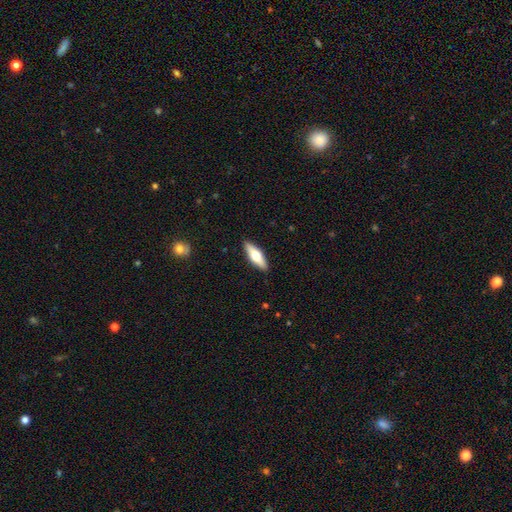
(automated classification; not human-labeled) The model was most divided on "how rounded": cigar-shaped: 51%, in between: 47%, round: 2%. More confident: merging — none (90%); smooth or featured — smooth (53%).